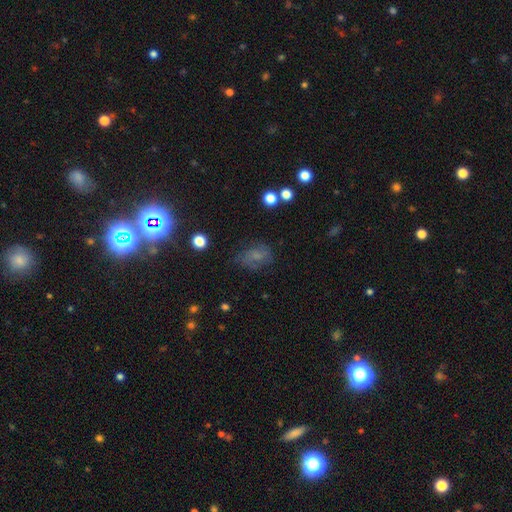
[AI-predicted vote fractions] Smooth or featured? smooth (54%)
How rounded? in between (71%)
Merging? none (54%)